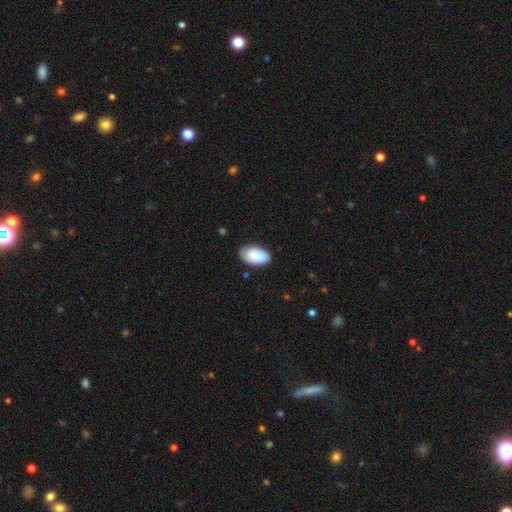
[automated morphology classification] A smooth galaxy with no disk features (79%) that is in between round and cigar-shaped (94%). Merging: none (73%).